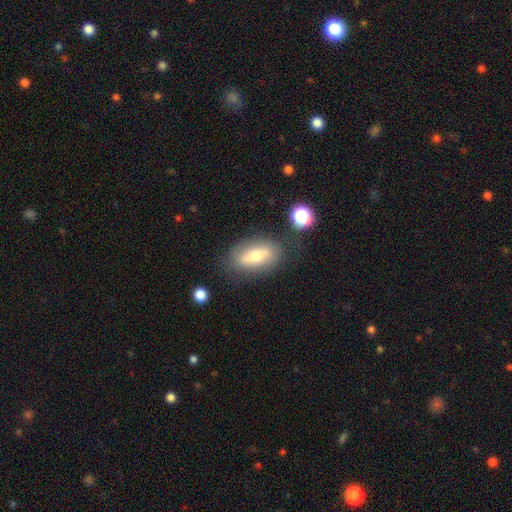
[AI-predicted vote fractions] Overall: smooth (60%; featured or disk 32%). How rounded: in between (85%). Merging: none (76%).